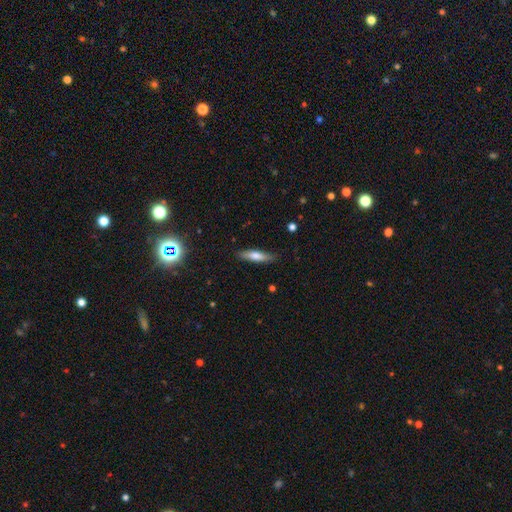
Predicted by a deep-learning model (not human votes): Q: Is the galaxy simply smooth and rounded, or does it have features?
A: smooth — 66%.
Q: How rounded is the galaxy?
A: cigar-shaped — 76%.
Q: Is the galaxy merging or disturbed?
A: none — 85%.